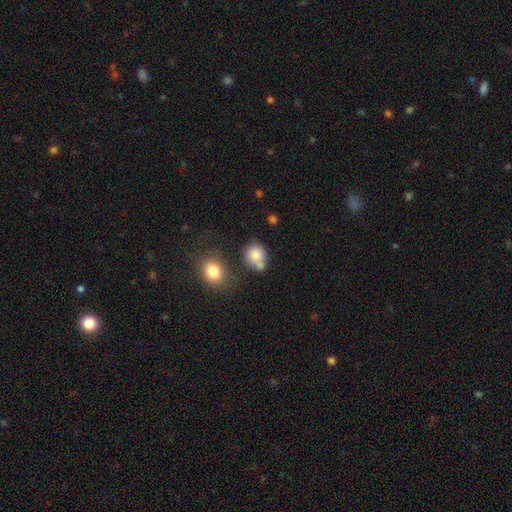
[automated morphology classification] type=smooth (82%); roundness=round (73%); merging=none (51%).